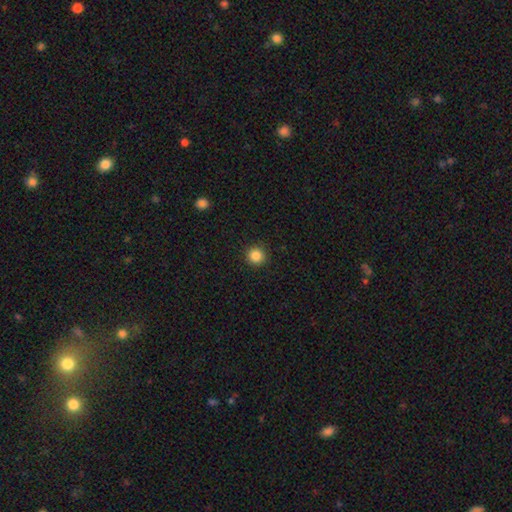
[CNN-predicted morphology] Smooth or featured?
  - smooth: 86% *
  - star or artifact: 11%
  - featured or disk: 4%
How rounded?
  - round: 95% *
  - in between: 4%
  - cigar-shaped: 1%
Merging?
  - none: 92% *
  - minor disturbance: 5%
  - major disturbance: 2%
  - merger: 1%